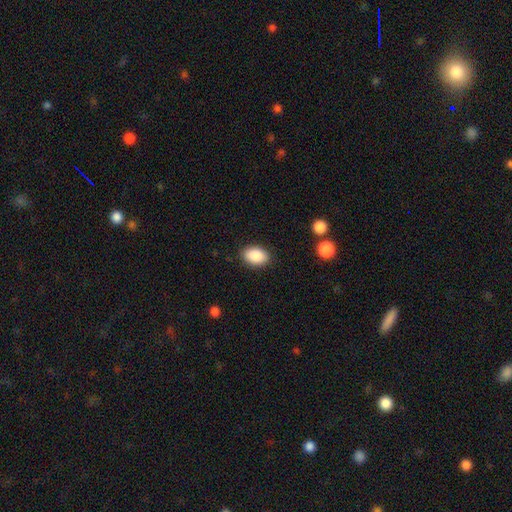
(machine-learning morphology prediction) A smooth galaxy with no disk features (88%) that is in between round and cigar-shaped (86%).

Vote fractions:
- Smooth or featured? smooth: 88% / star or artifact: 7% / featured or disk: 5%
- How rounded? in between: 86% / round: 13% / cigar-shaped: 1%
- Merging? none: 88% / minor disturbance: 9% / major disturbance: 2% / merger: 1%